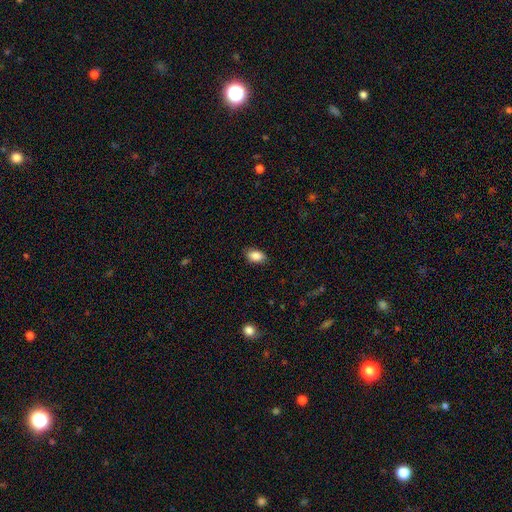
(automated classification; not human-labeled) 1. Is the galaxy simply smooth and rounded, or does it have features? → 88% smooth, 7% star or artifact, 4% featured or disk.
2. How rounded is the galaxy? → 89% in between, 9% round, 2% cigar-shaped.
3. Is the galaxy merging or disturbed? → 85% none, 11% minor disturbance, 2% major disturbance, 1% merger.